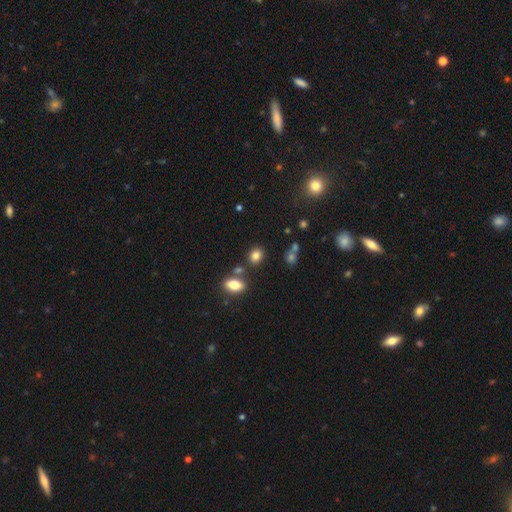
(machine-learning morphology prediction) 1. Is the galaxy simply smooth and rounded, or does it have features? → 82% smooth, 12% star or artifact, 6% featured or disk.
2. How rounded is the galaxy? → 51% round, 47% in between, 2% cigar-shaped.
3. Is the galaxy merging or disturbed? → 77% none, 10% minor disturbance, 9% merger, 3% major disturbance.